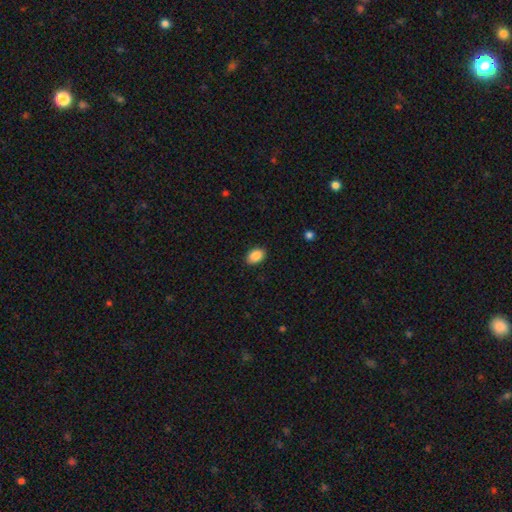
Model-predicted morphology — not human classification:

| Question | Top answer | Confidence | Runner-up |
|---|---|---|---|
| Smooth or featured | smooth | 88% | star or artifact (8%) |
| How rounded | in between | 85% | round (14%) |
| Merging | none | 88% | minor disturbance (9%) |